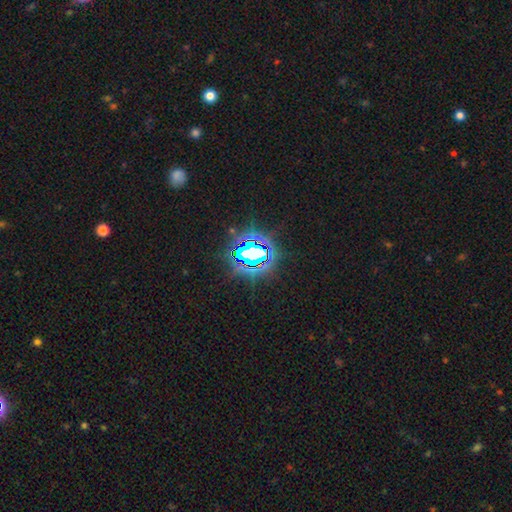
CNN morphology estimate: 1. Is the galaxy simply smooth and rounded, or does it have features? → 79% star or artifact, 12% smooth, 9% featured or disk.